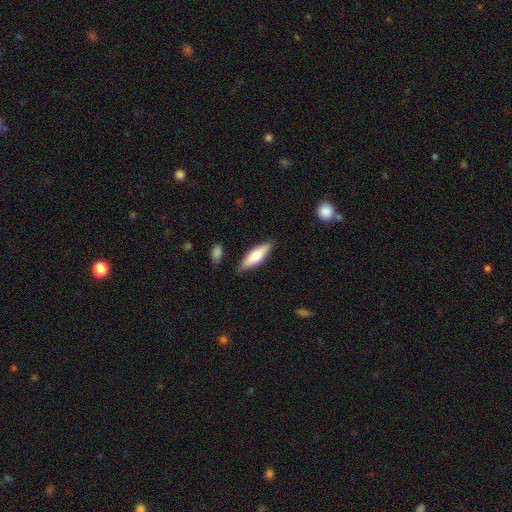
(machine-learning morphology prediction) smooth 67%, featured or disk 28%, star or artifact 6%. Down the decision tree: how rounded — cigar-shaped (51%); merging — none (84%).